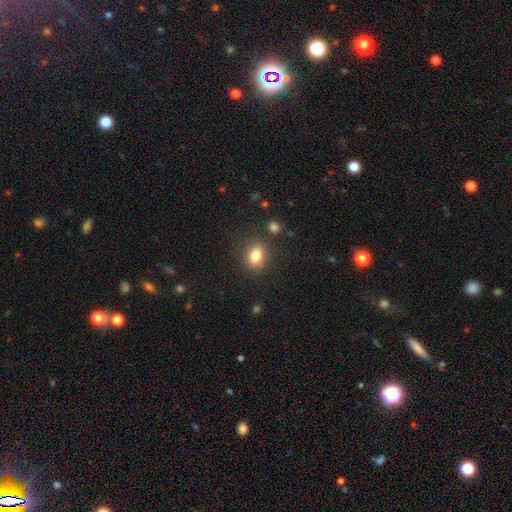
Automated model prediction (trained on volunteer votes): Q: Smooth or featured?
A: smooth (83%); runner-up: star or artifact (10%)
Q: How rounded?
A: in between (70%); runner-up: round (28%)
Q: Merging?
A: none (83%); runner-up: minor disturbance (10%)